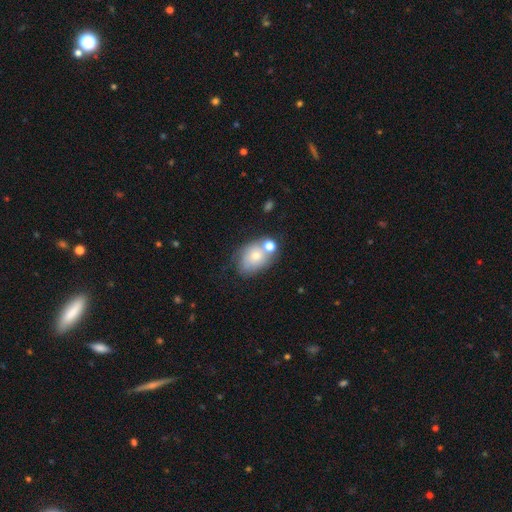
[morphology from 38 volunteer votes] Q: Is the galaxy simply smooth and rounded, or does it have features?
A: smooth — 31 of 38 (82%).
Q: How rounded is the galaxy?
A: in between — 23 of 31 (74%).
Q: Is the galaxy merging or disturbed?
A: none — 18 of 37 (49%).